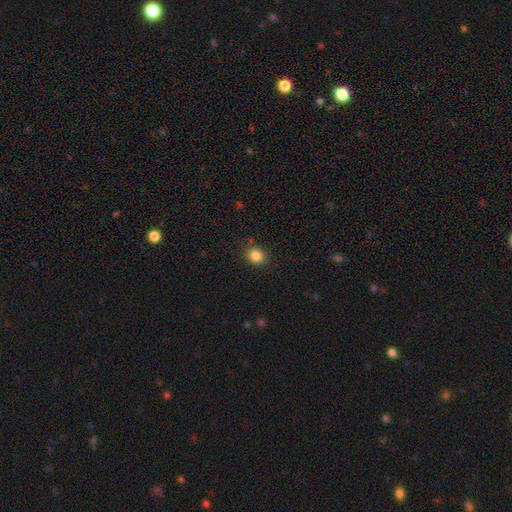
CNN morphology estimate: Smooth or featured? Predicted: smooth (p=0.84). How rounded? Predicted: round (p=0.70). Merging? Predicted: none (p=0.85).